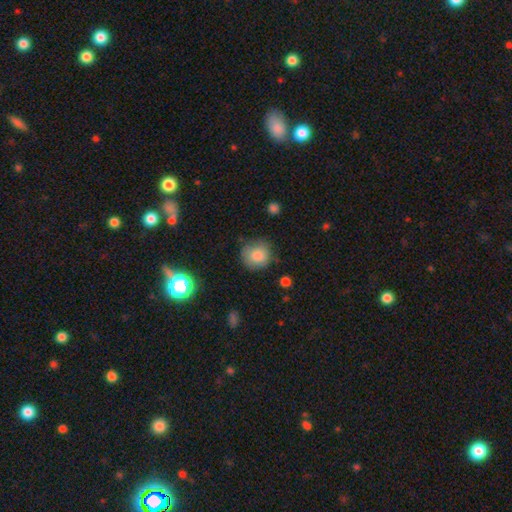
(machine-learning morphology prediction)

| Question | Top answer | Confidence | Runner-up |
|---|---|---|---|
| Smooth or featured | smooth | 83% | star or artifact (9%) |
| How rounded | round | 89% | in between (10%) |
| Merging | none | 74% | minor disturbance (19%) |